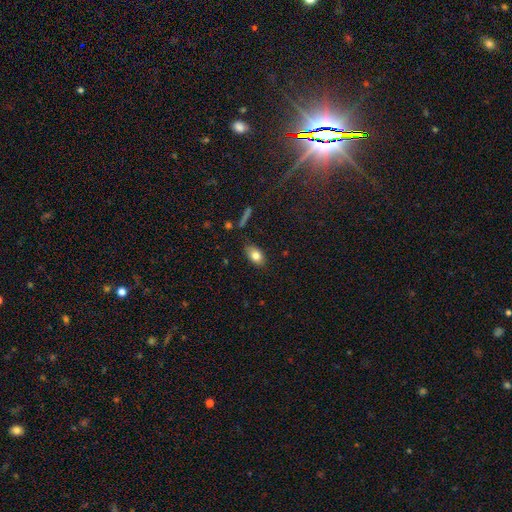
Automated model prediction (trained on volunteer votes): Morphology: type=smooth (80%); roundness=in between (87%); merging=none (80%).